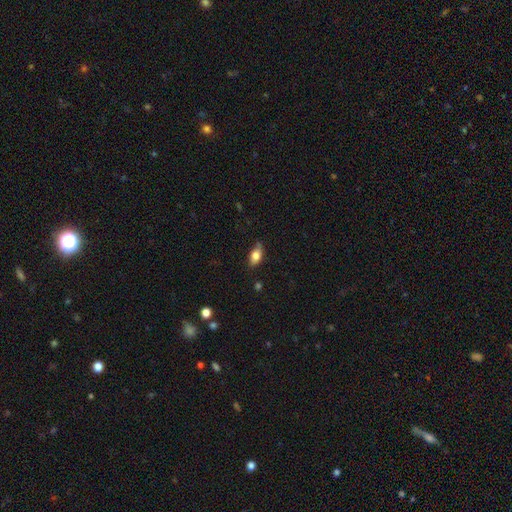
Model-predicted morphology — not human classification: This appears to be a smooth galaxy with no disk features (78%) that is in between round and cigar-shaped (87%). Merging: none (70%).